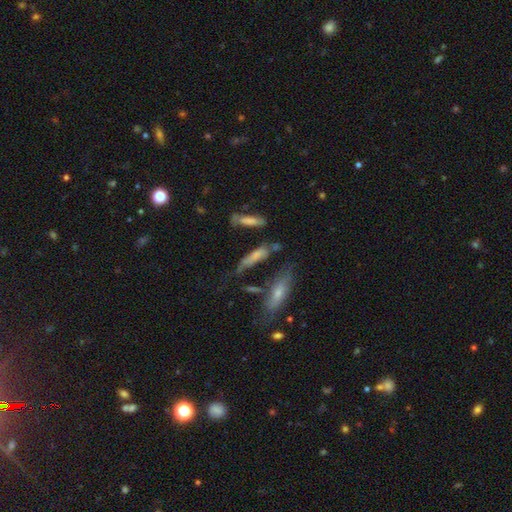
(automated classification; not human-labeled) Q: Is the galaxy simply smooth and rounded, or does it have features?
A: smooth — 62%.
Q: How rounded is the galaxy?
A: cigar-shaped — 63%.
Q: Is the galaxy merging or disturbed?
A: none — 47%.